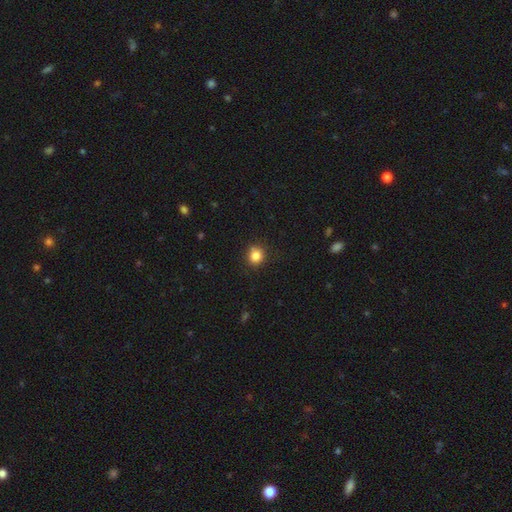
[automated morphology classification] smooth 84%, star or artifact 12%, featured or disk 5%. Down the decision tree: how rounded — round (85%); merging — none (86%).